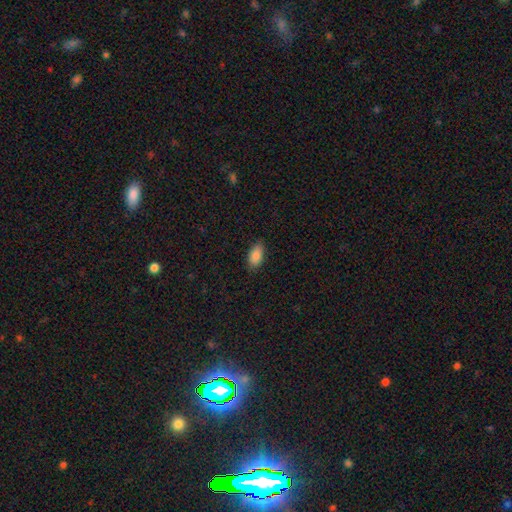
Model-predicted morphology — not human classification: This is clearly a smooth galaxy (87%). How rounded: clearly in between (93%). Merging: clearly none (83%).